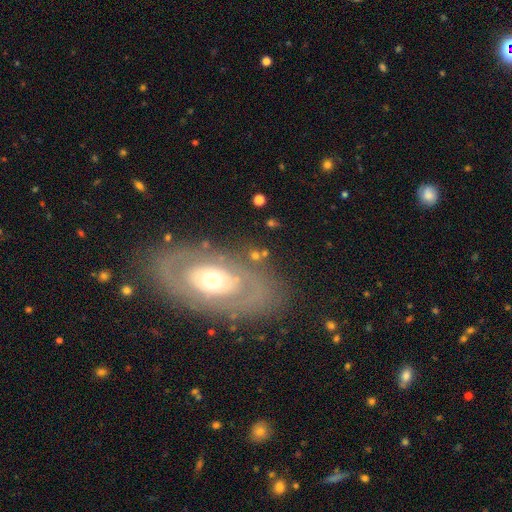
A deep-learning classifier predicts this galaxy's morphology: type=featured or disk (53%); edge-on=no (88%); merging=none (71%).